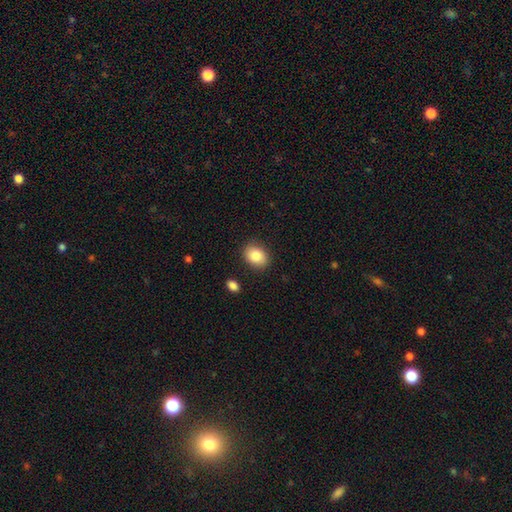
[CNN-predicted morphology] type=smooth (85%); roundness=in between (62%); merging=none (85%).